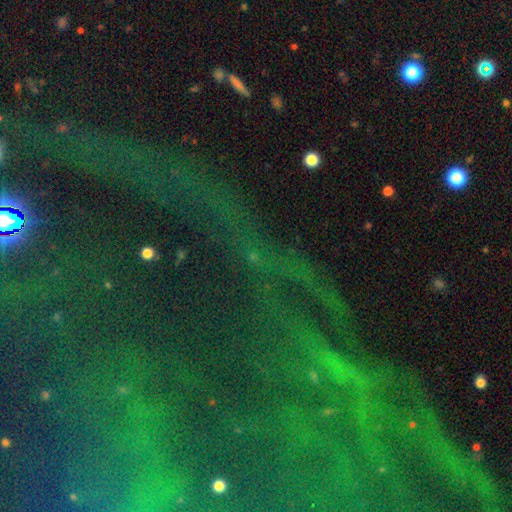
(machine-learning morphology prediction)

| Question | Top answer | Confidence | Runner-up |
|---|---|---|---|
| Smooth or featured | star or artifact | 79% | featured or disk (12%) |